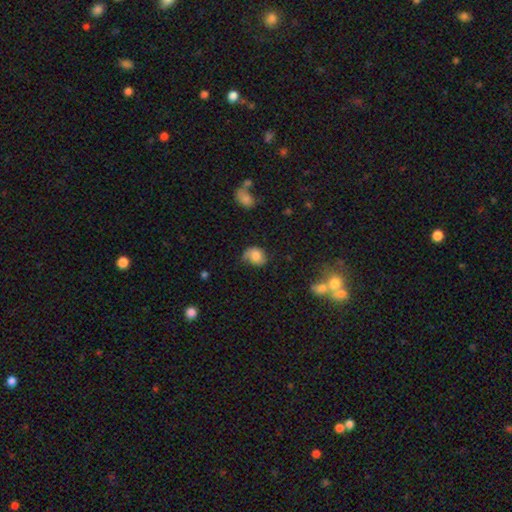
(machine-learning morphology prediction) Overall: smooth (71%). How rounded: in between (55%; round 44%). Merging: none (47%; minor disturbance 35%).